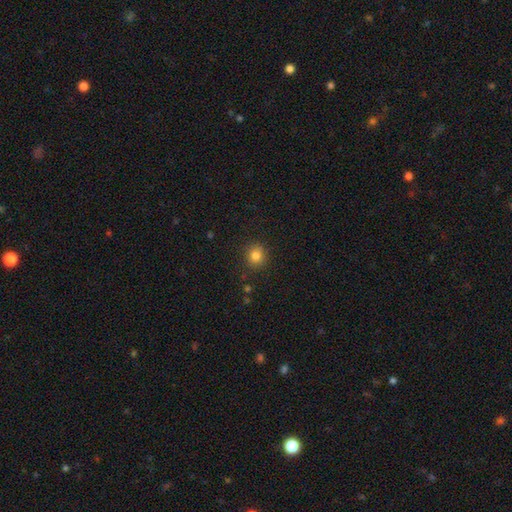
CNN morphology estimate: This is clearly a smooth galaxy (82%). How rounded: clearly round (87%). Merging: clearly none (88%).